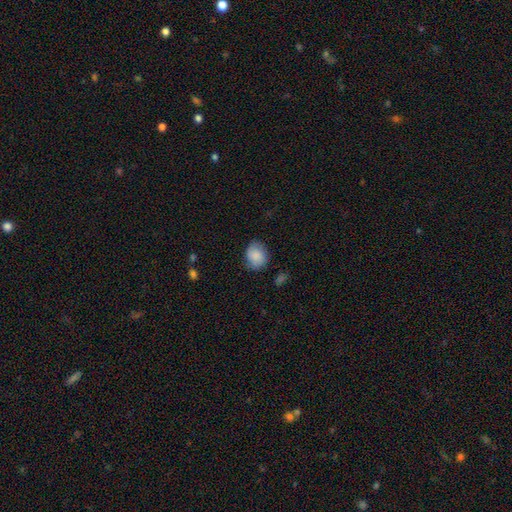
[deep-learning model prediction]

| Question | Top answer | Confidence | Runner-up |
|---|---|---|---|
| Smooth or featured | smooth | 84% | featured or disk (9%) |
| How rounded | round | 57% | in between (42%) |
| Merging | none | 74% | minor disturbance (20%) |